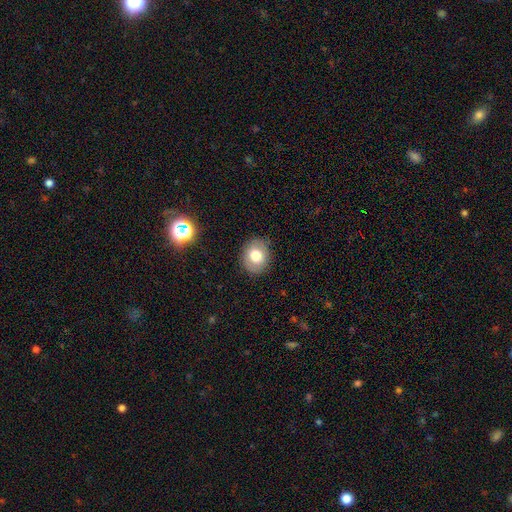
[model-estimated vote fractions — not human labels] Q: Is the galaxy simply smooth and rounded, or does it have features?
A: smooth — 74%.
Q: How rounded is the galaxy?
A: round — 63%.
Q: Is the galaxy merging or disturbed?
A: none — 86%.